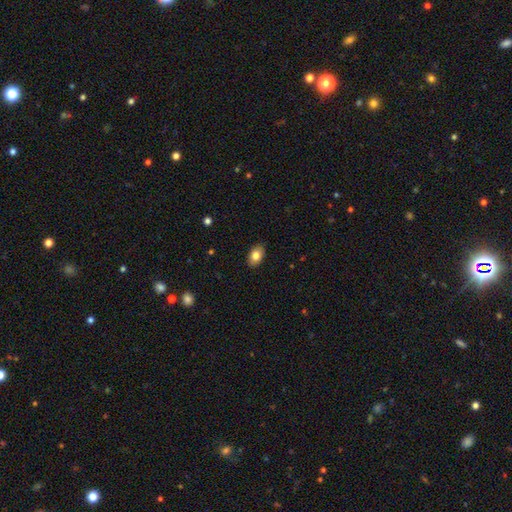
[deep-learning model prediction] Morphology: type=smooth (82%); roundness=in between (87%); merging=none (88%).